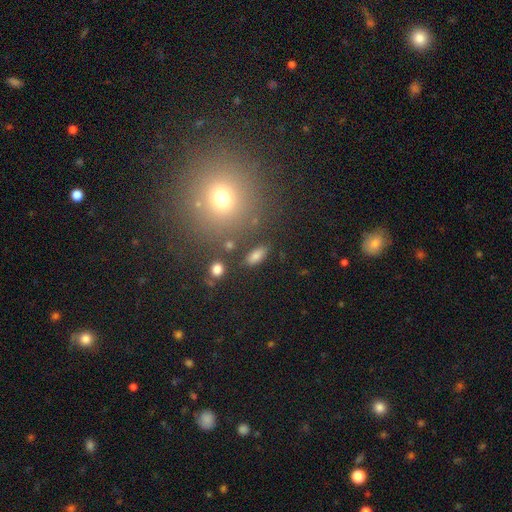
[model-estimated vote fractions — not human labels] Smooth or featured: smooth — 77% (star or artifact — 13%)
How rounded: in between — 80% (cigar-shaped — 12%)
Merging: none — 84% (minor disturbance — 9%)